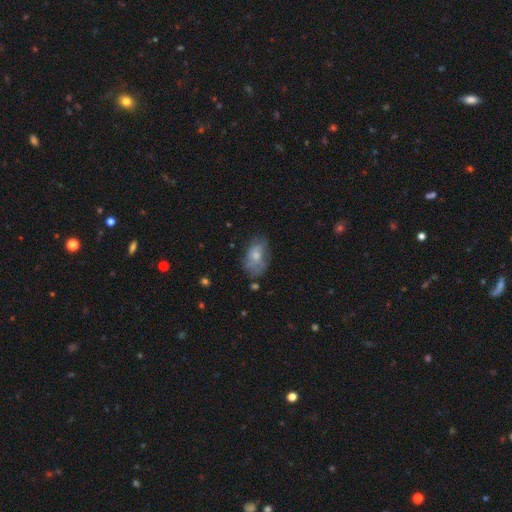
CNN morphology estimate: Smooth or featured? smooth (60%)
How rounded? in between (88%)
Merging? none (48%)